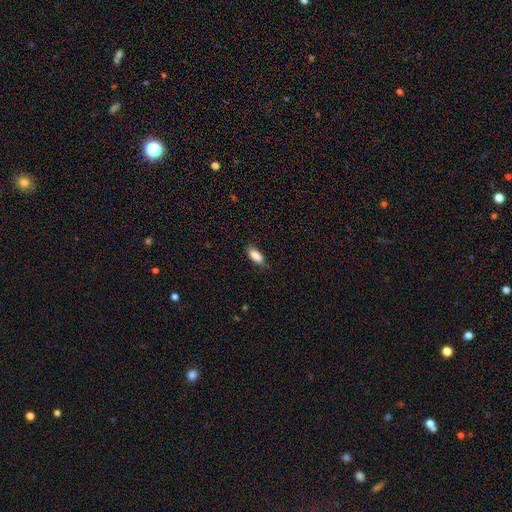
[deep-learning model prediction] smooth 88%, star or artifact 7%, featured or disk 5%. Down the decision tree: how rounded — in between (86%); merging — none (80%).